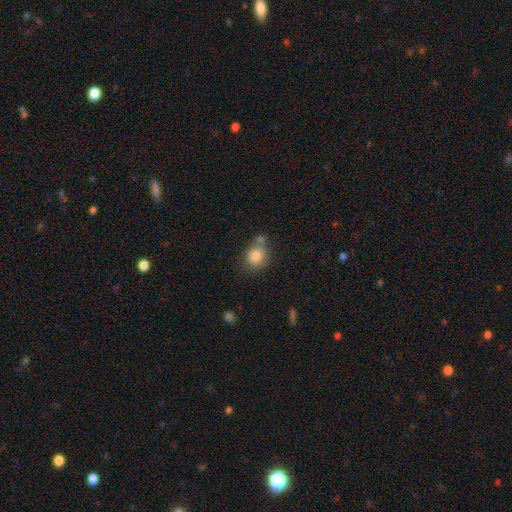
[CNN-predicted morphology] Smooth or featured?
  - smooth: 84% *
  - star or artifact: 10%
  - featured or disk: 7%
How rounded?
  - round: 73% *
  - in between: 26%
  - cigar-shaped: 1%
Merging?
  - none: 60% *
  - merger: 22%
  - minor disturbance: 14%
  - major disturbance: 5%